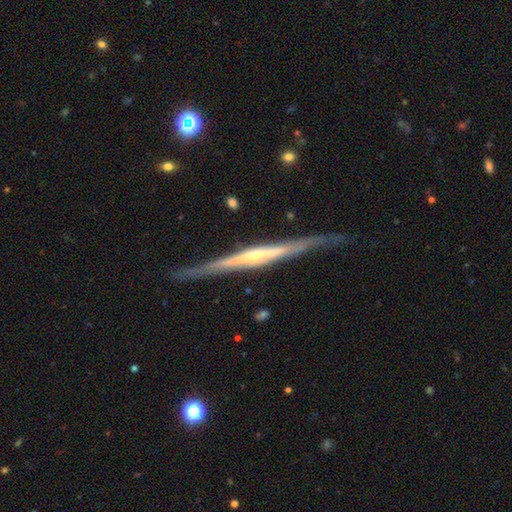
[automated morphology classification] Q: Smooth or featured?
A: featured or disk (83%); runner-up: smooth (12%)
Q: Edge-on disk?
A: yes (97%); runner-up: no (3%)
Q: Edge-on bulge?
A: rounded (61%); runner-up: none (27%)
Q: Merging?
A: none (82%); runner-up: minor disturbance (13%)